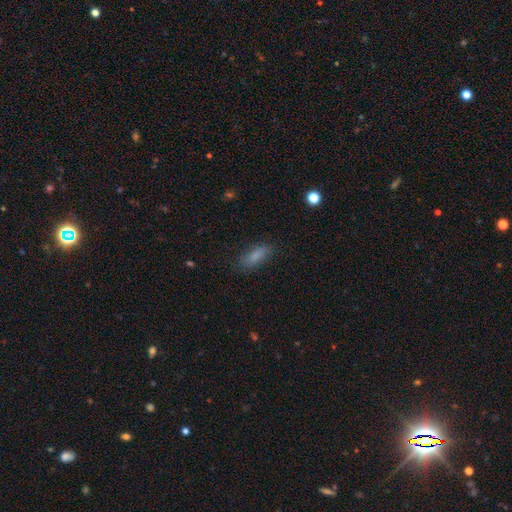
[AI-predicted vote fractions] The model was most divided on "how rounded": in between: 65%, cigar-shaped: 33%, round: 3%. More confident: smooth or featured — smooth (81%); merging — none (79%).